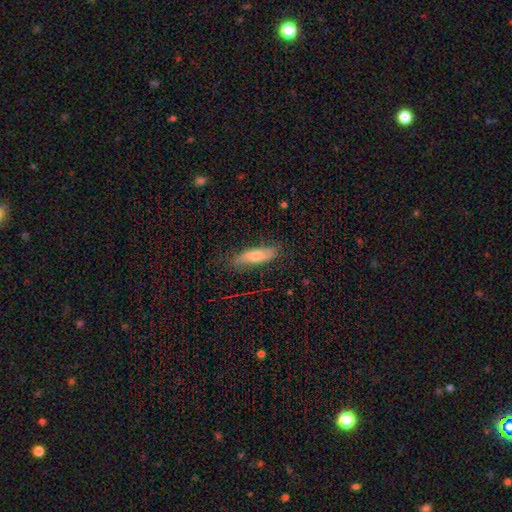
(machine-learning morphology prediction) A smooth galaxy with no disk features (54%) that is cigar-shaped (57%).

Vote fractions:
- Smooth or featured? smooth: 54% / featured or disk: 38% / star or artifact: 8%
- How rounded? cigar-shaped: 57% / in between: 40% / round: 2%
- Merging? none: 72% / minor disturbance: 20% / major disturbance: 6% / merger: 2%